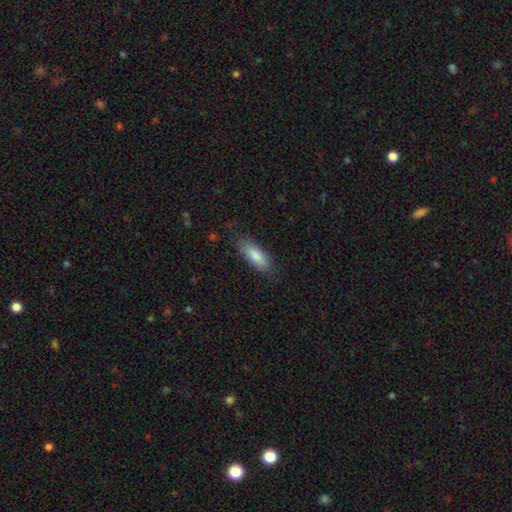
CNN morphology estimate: smooth 86%, featured or disk 9%, star or artifact 6%. Down the decision tree: how rounded — in between (68%); merging — none (81%).